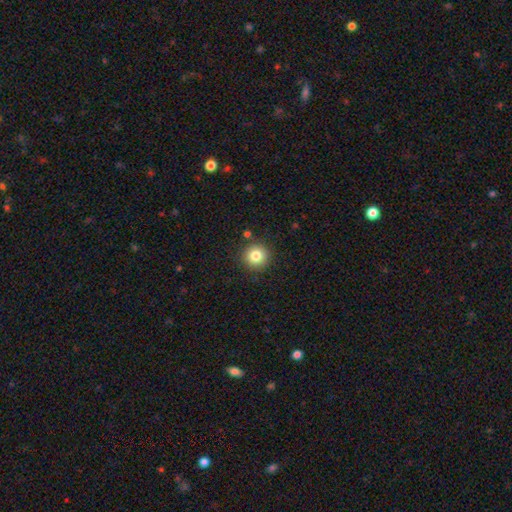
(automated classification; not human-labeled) smooth 82%, star or artifact 11%, featured or disk 7%. Down the decision tree: how rounded — round (95%); merging — none (88%).